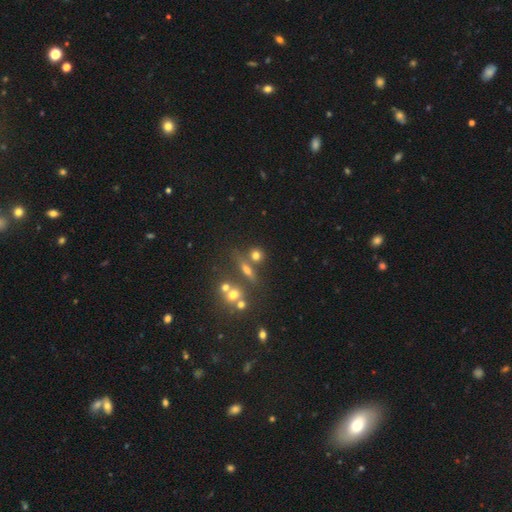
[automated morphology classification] A smooth galaxy with no disk features (61%) that is round (65%).

Vote fractions:
- Smooth or featured? smooth: 61% / featured or disk: 20% / star or artifact: 18%
- How rounded? round: 65% / in between: 21% / cigar-shaped: 13%
- Merging? none: 62% / merger: 23% / minor disturbance: 11% / major disturbance: 5%